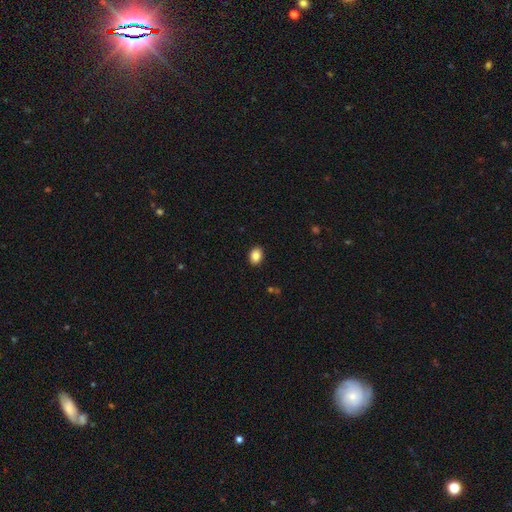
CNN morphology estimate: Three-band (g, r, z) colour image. It shows a smooth galaxy with no disk features (87%) that is in between round and cigar-shaped (68%). Merging: none (90%).